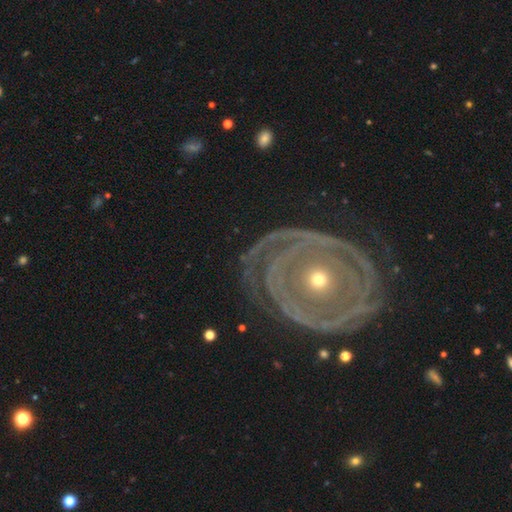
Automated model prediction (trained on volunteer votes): Smooth or featured: featured or disk — 86% (star or artifact — 7%)
Edge-on disk: no — 96% (yes — 4%)
Bar: no — 81% (weak — 10%)
Spiral arms: yes — 91% (no — 9%)
Spiral winding: tight — 84% (medium — 13%)
Spiral arm count: 2 — 26% (can't tell — 22%)
Bulge size: small — 61% (moderate — 35%)
Merging: none — 75% (minor disturbance — 15%)